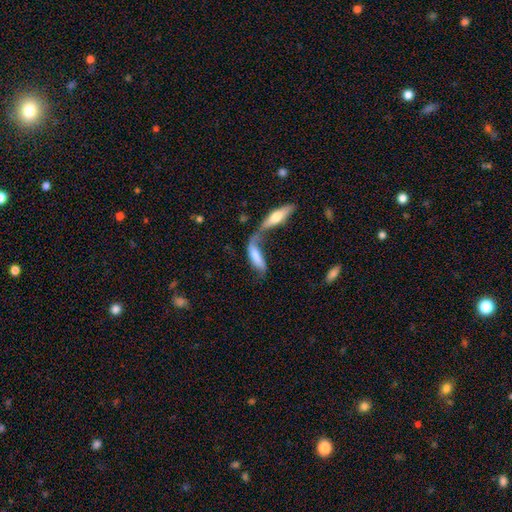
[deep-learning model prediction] A smooth galaxy with no disk features (56%) that is cigar-shaped (55%).

Vote fractions:
- Smooth or featured? smooth: 56% / featured or disk: 37% / star or artifact: 8%
- How rounded? cigar-shaped: 55% / in between: 42% / round: 2%
- Merging? merger: 66% / none: 15% / major disturbance: 11% / minor disturbance: 8%